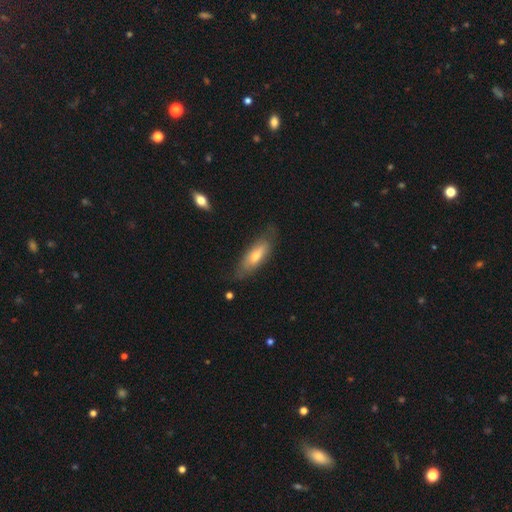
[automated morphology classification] The model was most divided on "how rounded": in between: 57%, cigar-shaped: 41%, round: 2%. More confident: merging — none (70%); smooth or featured — smooth (60%).